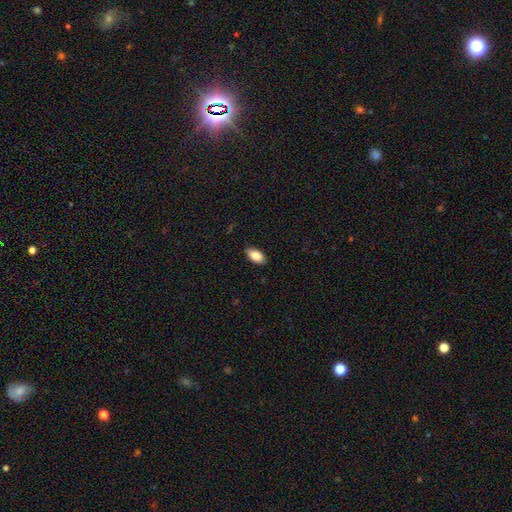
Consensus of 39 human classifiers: smooth-or-featured: smooth: 72% | featured or disk: 21% | star or artifact: 8%
  how-rounded: in between: 96% | cigar-shaped: 4% | round: 0%
  merging: none: 86% | minor disturbance: 14% | major disturbance: 0% | merger: 0%